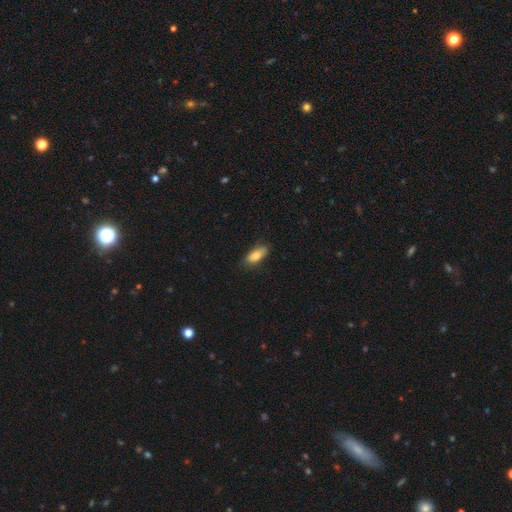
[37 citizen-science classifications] This is likely a smooth galaxy (65%). How rounded: clearly in between (88%). Merging: likely none (75%).